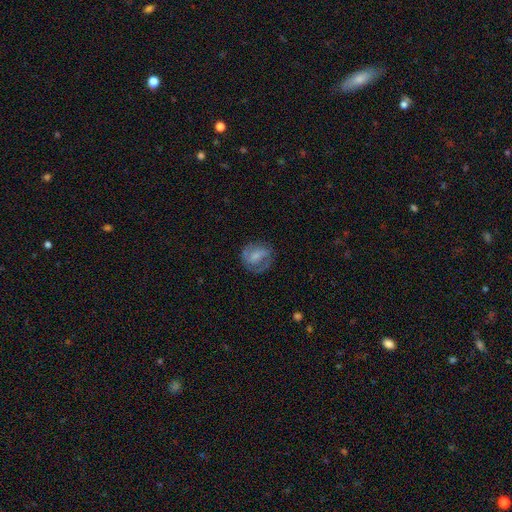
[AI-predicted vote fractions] Overall: featured or disk (56%; smooth 36%). Edge-on disk: no (97%). Bar: weak (46%; no 34%). Spiral arms: yes (81%). Bulge size: small (38%; moderate 31%). Merging: none (68%).